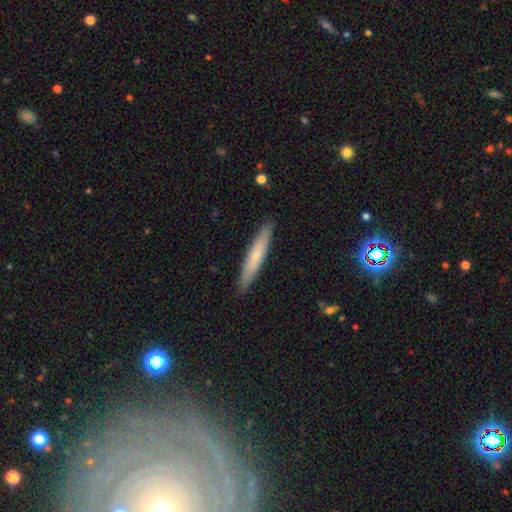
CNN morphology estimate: smooth-or-featured: smooth: 63% | featured or disk: 31% | star or artifact: 6%
  how-rounded: cigar-shaped: 93% | in between: 6% | round: 1%
  merging: none: 90% | minor disturbance: 7% | major disturbance: 1% | merger: 1%